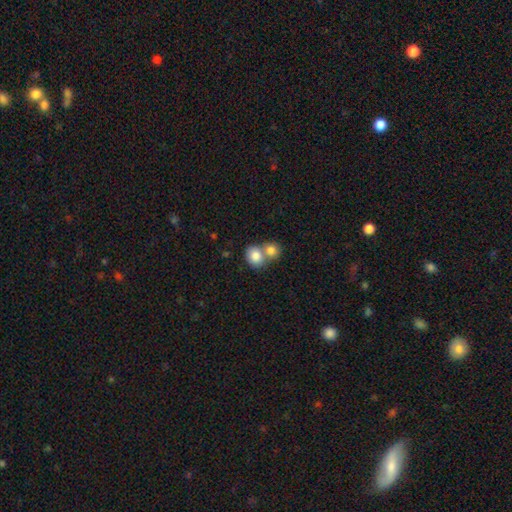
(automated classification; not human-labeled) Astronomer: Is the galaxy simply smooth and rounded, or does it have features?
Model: smooth — 82%.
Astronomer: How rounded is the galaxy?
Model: round — 69%.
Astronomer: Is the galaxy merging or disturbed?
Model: merger — 61%.